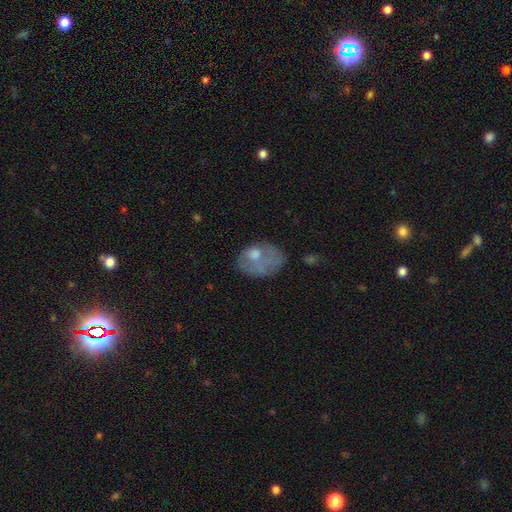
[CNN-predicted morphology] The model was most divided on "merging": none: 36%, major disturbance: 30%, minor disturbance: 28%, merger: 5%. Remaining: smooth or featured — smooth (49%).